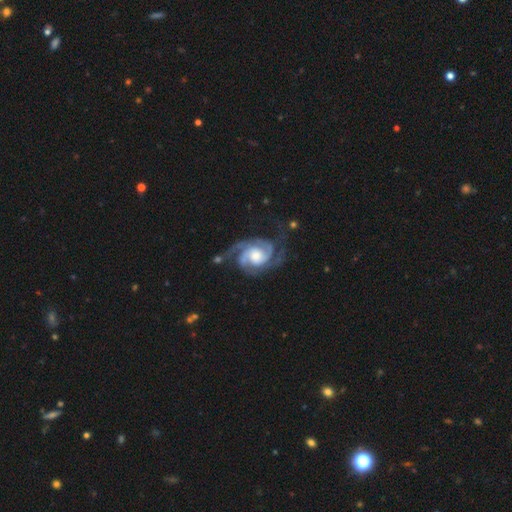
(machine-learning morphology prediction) A featured or disk galaxy (91%) with no bar (65%), 2 (44%) tight (46%) spiral arms (98%) and a moderate central bulge (49%). Merging: none (59%).